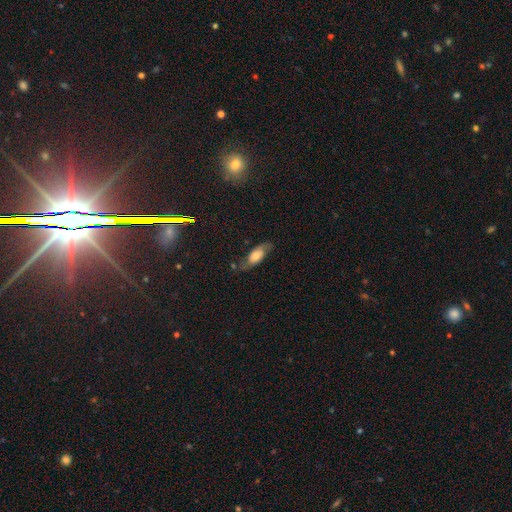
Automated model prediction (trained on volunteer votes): A smooth galaxy with no disk features (48%). Merging: none (65%).